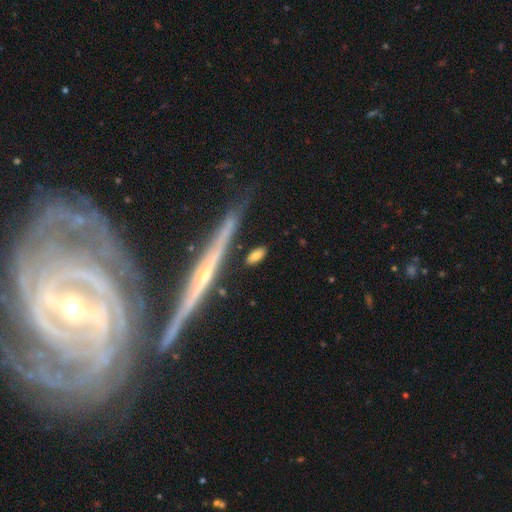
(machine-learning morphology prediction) Smooth or featured? Predicted: smooth (p=0.75). How rounded? Predicted: in between (p=0.72). Merging? Predicted: none (p=0.79).